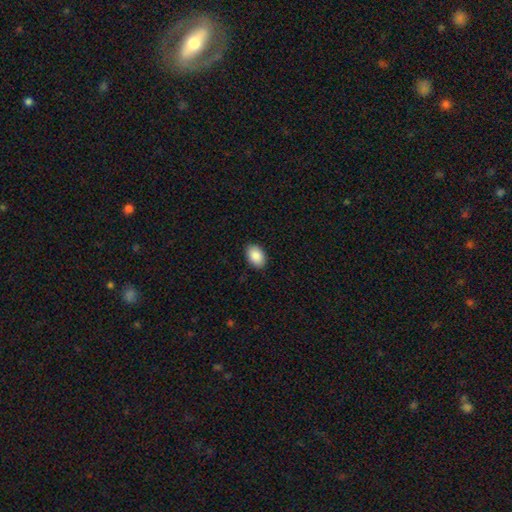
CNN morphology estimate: Smooth or featured?
  - smooth: 89% *
  - star or artifact: 7%
  - featured or disk: 4%
How rounded?
  - in between: 89% *
  - round: 10%
  - cigar-shaped: 1%
Merging?
  - none: 89% *
  - minor disturbance: 8%
  - major disturbance: 2%
  - merger: 1%